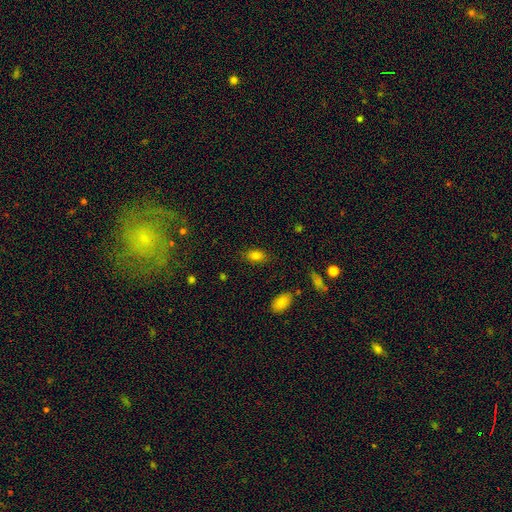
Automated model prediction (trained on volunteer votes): The model was most divided on "smooth or featured": smooth: 81%, star or artifact: 11%, featured or disk: 8%. More confident: how rounded — in between (86%); merging — none (83%).